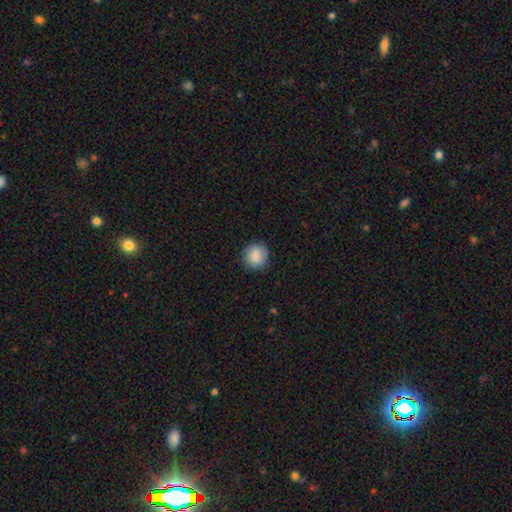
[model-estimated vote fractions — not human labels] A smooth galaxy with no disk features (85%) that is round (91%).

Vote fractions:
- Smooth or featured? smooth: 85% / star or artifact: 7% / featured or disk: 7%
- How rounded? round: 91% / in between: 9% / cigar-shaped: 1%
- Merging? none: 87% / minor disturbance: 9% / major disturbance: 2% / merger: 1%